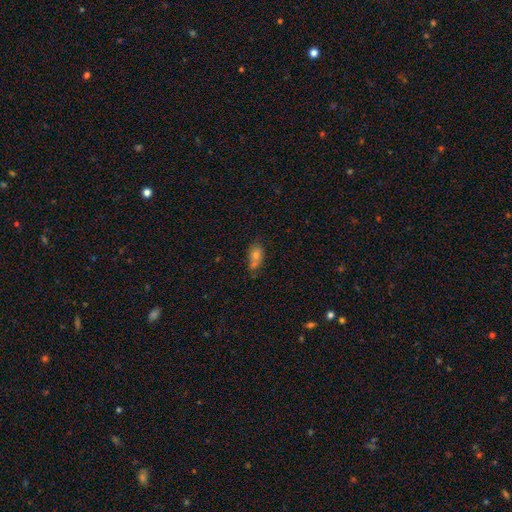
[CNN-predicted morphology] smooth 68%, featured or disk 17%, star or artifact 15%. Down the decision tree: how rounded — in between (75%); merging — none (47%).